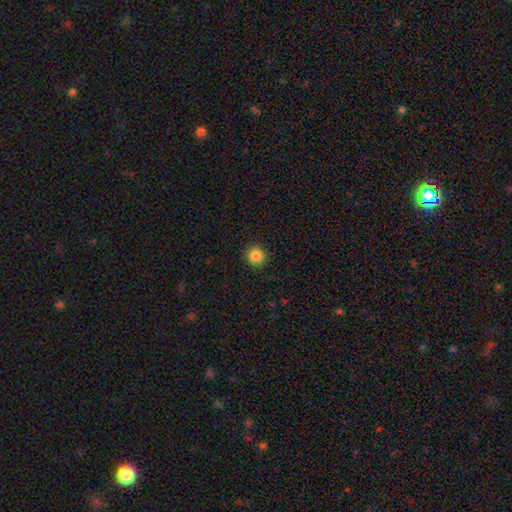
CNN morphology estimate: Overall: smooth (85%). How rounded: round (94%). Merging: none (92%).